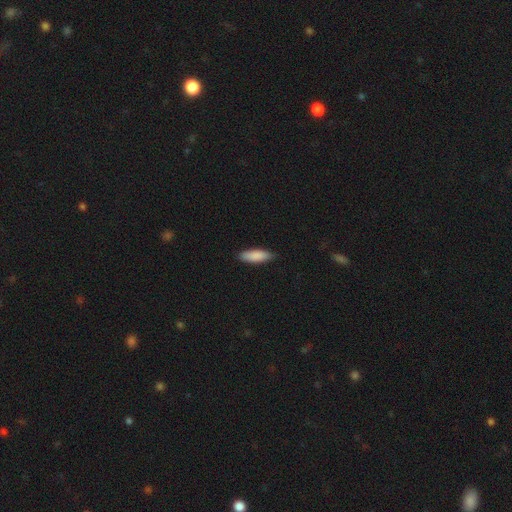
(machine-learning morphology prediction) The model was most divided on "how rounded": in between: 55%, cigar-shaped: 44%, round: 2%. More confident: smooth or featured — smooth (87%); merging — none (86%).